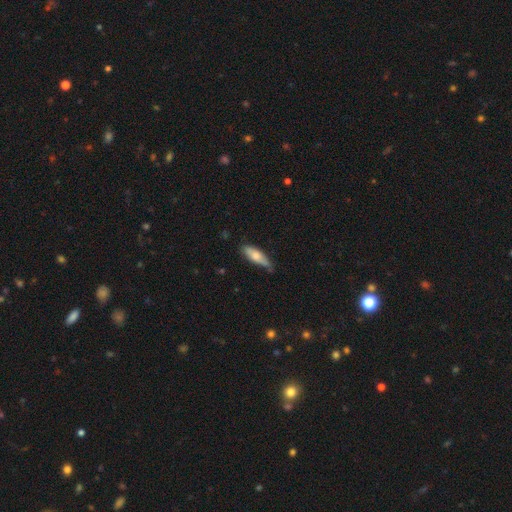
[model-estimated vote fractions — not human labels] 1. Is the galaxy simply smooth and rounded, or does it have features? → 70% smooth, 24% featured or disk, 6% star or artifact.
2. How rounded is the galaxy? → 56% in between, 42% cigar-shaped, 2% round.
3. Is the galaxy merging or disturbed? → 58% none, 34% minor disturbance, 5% major disturbance, 2% merger.